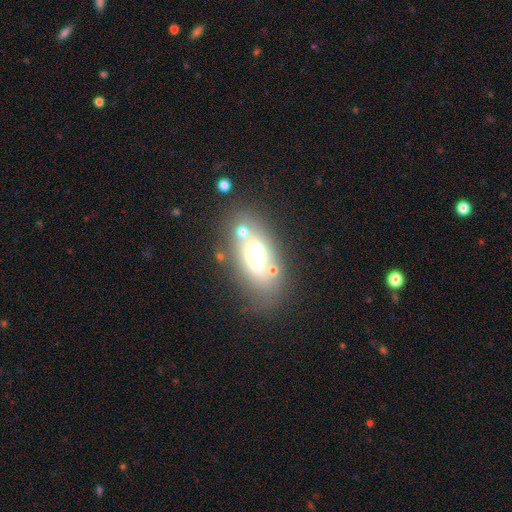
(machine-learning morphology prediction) A smooth galaxy with no disk features (52%) that is in between round and cigar-shaped (84%). Merging: none (61%).